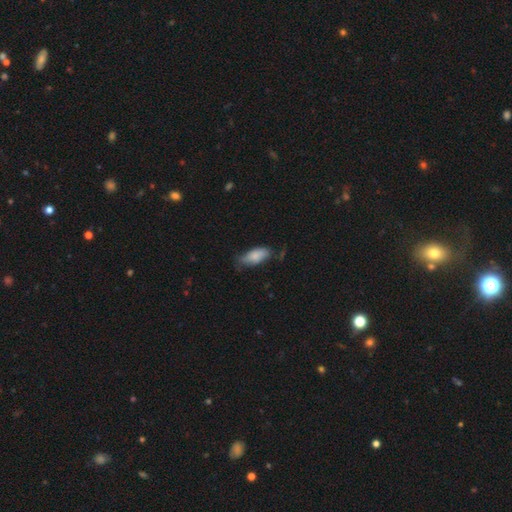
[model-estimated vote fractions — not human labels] This is clearly a smooth galaxy (80%). How rounded: clearly in between (84%). Merging: possibly none (54%).